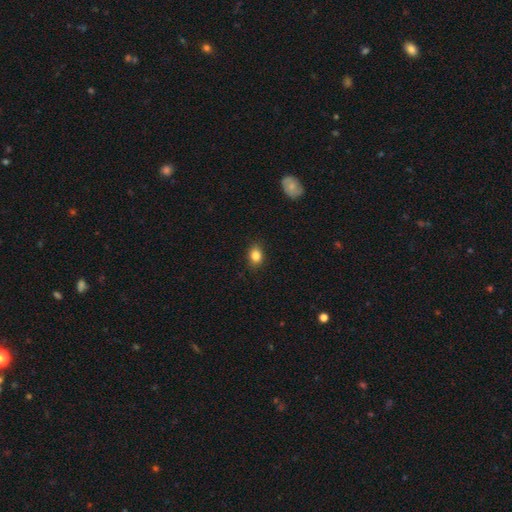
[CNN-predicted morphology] This is clearly a smooth galaxy (85%). How rounded: likely in between (64%). Merging: clearly none (88%).